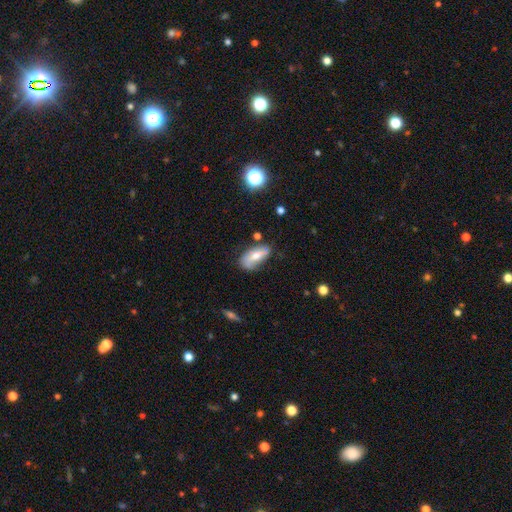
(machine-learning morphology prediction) This appears to be a smooth galaxy with no disk features (49%). Merging: none (59%).